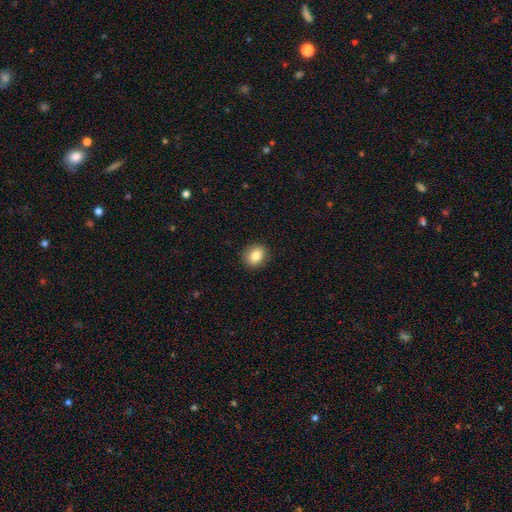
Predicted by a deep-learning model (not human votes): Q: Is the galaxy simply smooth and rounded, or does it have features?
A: smooth — 84%.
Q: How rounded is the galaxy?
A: round — 70%.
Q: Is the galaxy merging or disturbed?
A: none — 90%.